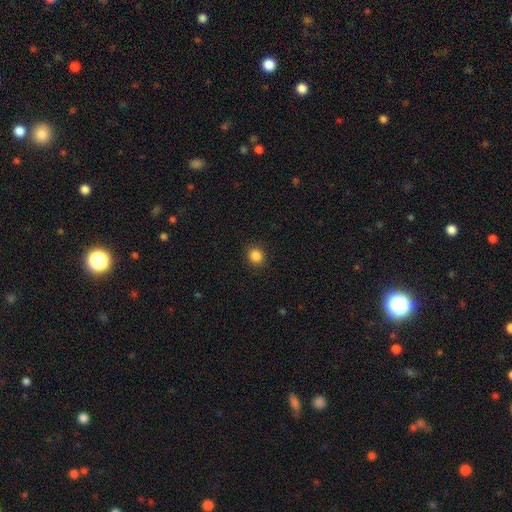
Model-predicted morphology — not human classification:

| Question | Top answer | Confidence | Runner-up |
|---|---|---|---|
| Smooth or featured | smooth | 86% | star or artifact (11%) |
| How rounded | round | 81% | in between (18%) |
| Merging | none | 90% | minor disturbance (7%) |